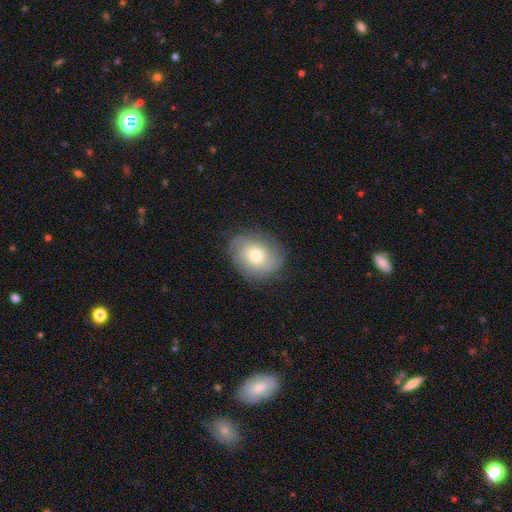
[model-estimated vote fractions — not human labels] Smooth or featured? Predicted: featured or disk (p=0.59). Edge-on disk? Predicted: no (p=0.96). Bar? Predicted: no (p=0.82). Spiral arms? Predicted: yes (p=0.84). Bulge size? Predicted: moderate (p=0.63). Merging? Predicted: none (p=0.79).